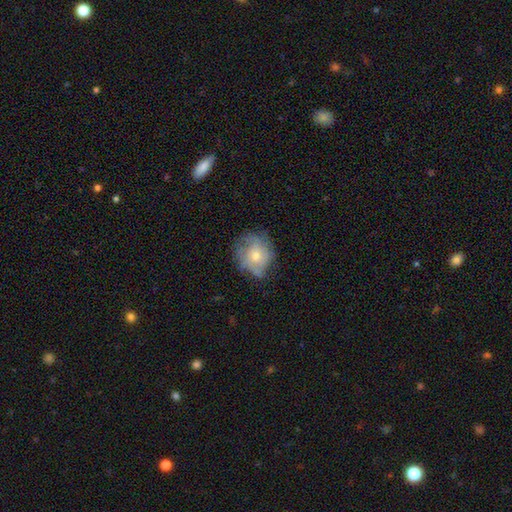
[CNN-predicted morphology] Smooth or featured?
  - featured or disk: 54% *
  - smooth: 38%
  - star or artifact: 8%
Edge-on disk?
  - no: 97% *
  - yes: 3%
Bar?
  - no: 82% *
  - weak: 15%
  - strong: 2%
Spiral arms?
  - yes: 73% *
  - no: 27%
Bulge size?
  - moderate: 51% *
  - small: 44%
  - large: 3%
  - none: 2%
  - dominant: 1%
Merging?
  - none: 61% *
  - minor disturbance: 26%
  - major disturbance: 11%
  - merger: 1%